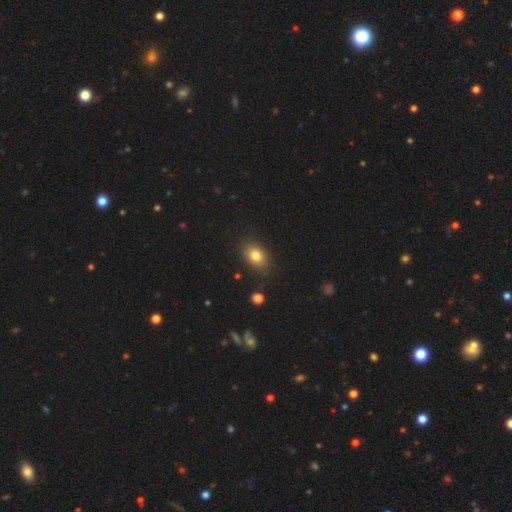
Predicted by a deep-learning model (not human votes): A smooth galaxy with no disk features (80%) that is in between round and cigar-shaped (76%). Merging: none (84%).